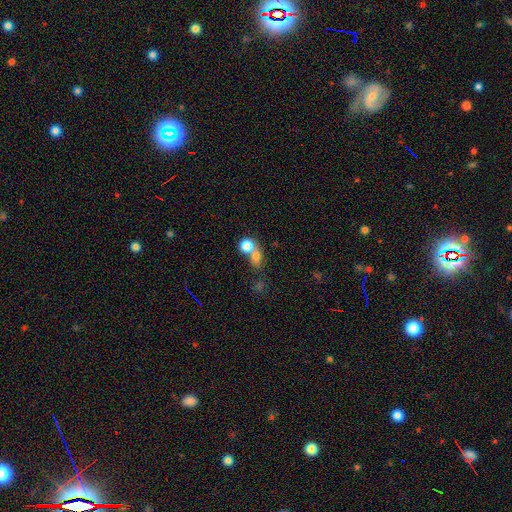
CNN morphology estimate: smooth 75%, featured or disk 15%, star or artifact 10%. Down the decision tree: how rounded — round (67%); merging — merger (64%).